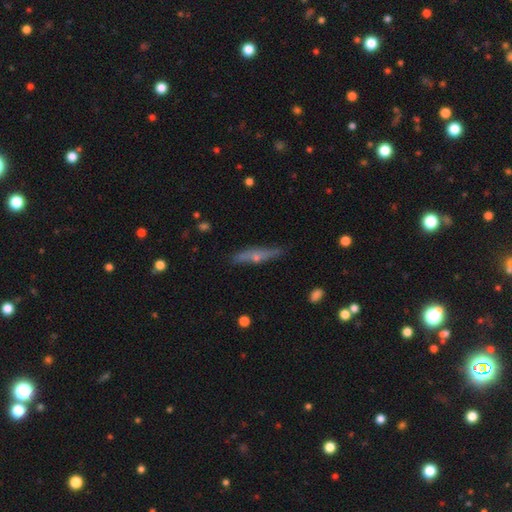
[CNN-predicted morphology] Smooth or featured: featured or disk — 55% (smooth — 38%)
Edge-on disk: yes — 89% (no — 11%)
Merging: none — 82% (minor disturbance — 14%)